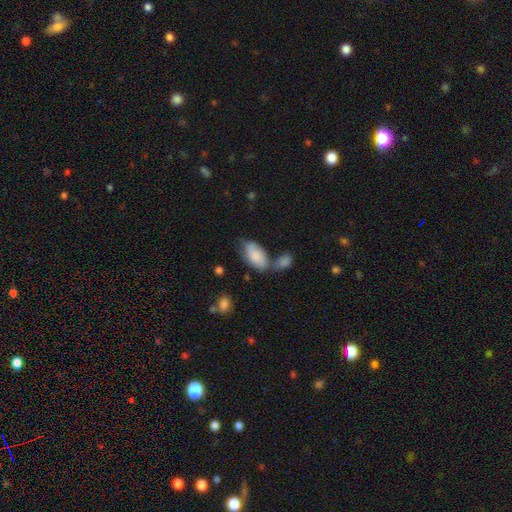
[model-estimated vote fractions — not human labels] The model was most divided on "merging": none: 36%, merger: 34%, minor disturbance: 21%, major disturbance: 9%. More confident: how rounded — in between (94%); smooth or featured — smooth (78%).